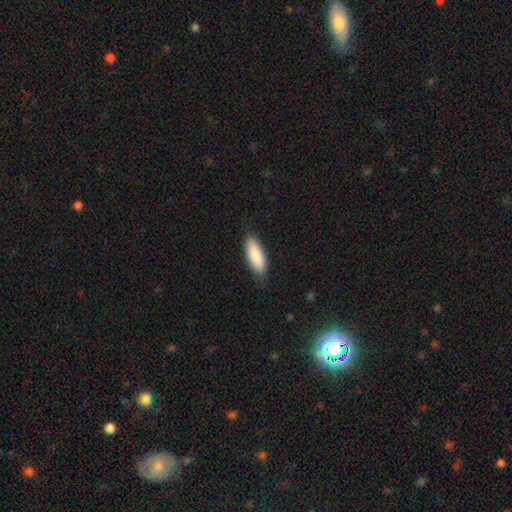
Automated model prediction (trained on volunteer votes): Q: Smooth or featured?
A: smooth (87%); runner-up: featured or disk (7%)
Q: How rounded?
A: in between (70%); runner-up: cigar-shaped (28%)
Q: Merging?
A: none (82%); runner-up: minor disturbance (15%)